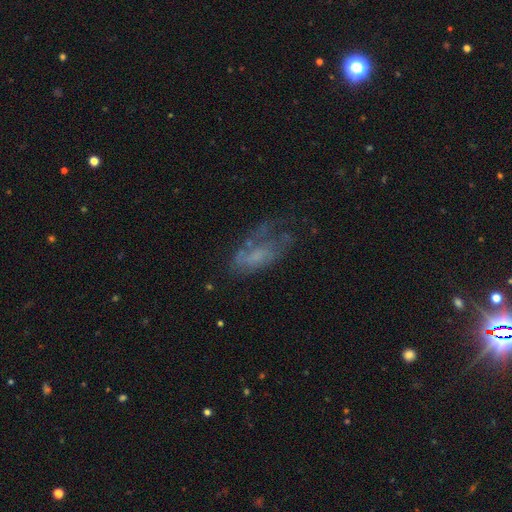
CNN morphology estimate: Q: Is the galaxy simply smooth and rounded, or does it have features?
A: featured or disk — 47%.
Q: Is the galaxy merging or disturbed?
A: major disturbance — 36%.